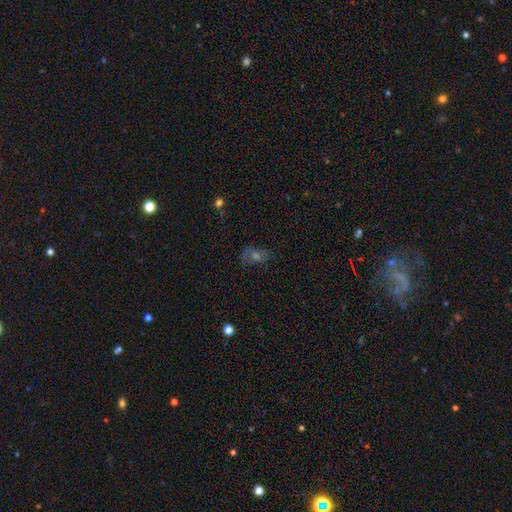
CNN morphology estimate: Overall: featured or disk (37%; smooth 34%). Merging: none (62%).